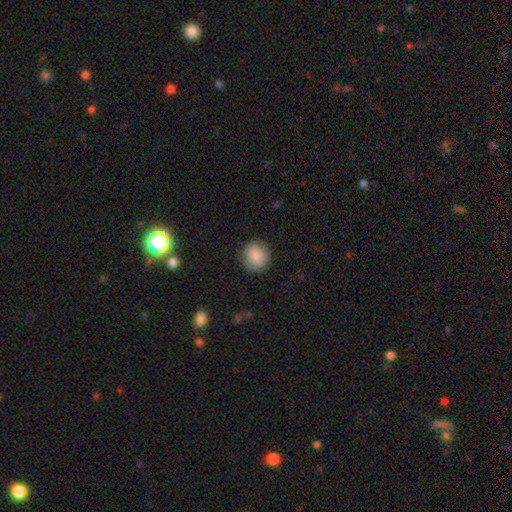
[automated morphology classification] The model was most divided on "how rounded": round: 86%, in between: 13%, cigar-shaped: 1%. More confident: merging — none (85%); smooth or featured — smooth (83%).